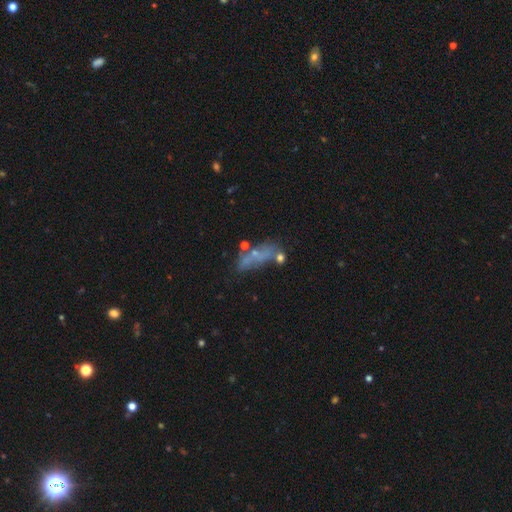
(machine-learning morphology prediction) smooth-or-featured: smooth: 44% | featured or disk: 38% | star or artifact: 18%
  merging: none: 42% | minor disturbance: 21% | merger: 19% | major disturbance: 17%